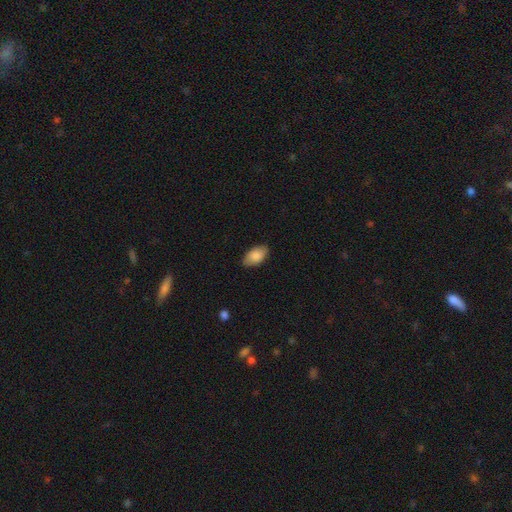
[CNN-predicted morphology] A smooth galaxy with no disk features (85%) that is in between round and cigar-shaped (94%).

Vote fractions:
- Smooth or featured? smooth: 85% / featured or disk: 9% / star or artifact: 6%
- How rounded? in between: 94% / round: 4% / cigar-shaped: 2%
- Merging? none: 83% / minor disturbance: 13% / major disturbance: 2% / merger: 1%